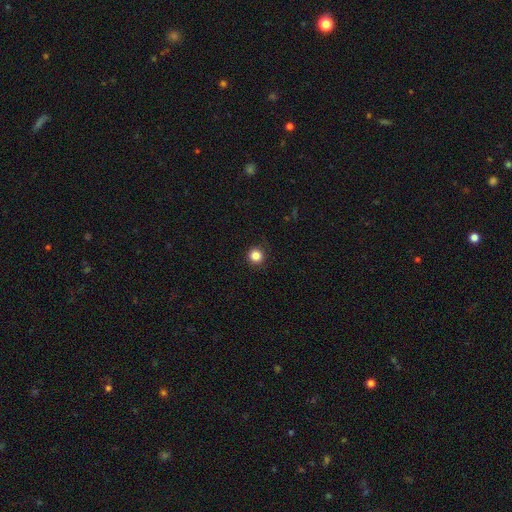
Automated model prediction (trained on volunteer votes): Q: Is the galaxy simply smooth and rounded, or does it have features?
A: smooth — 85%.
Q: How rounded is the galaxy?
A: round — 95%.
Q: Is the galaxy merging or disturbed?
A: none — 90%.